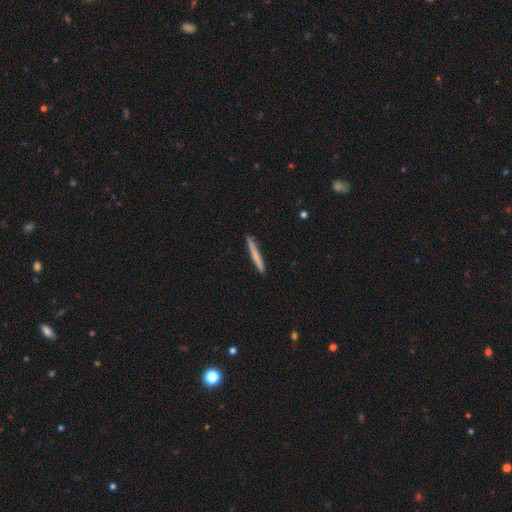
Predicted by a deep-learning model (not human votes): This is likely a smooth galaxy (70%). How rounded: clearly cigar-shaped (97%). Merging: clearly none (91%).